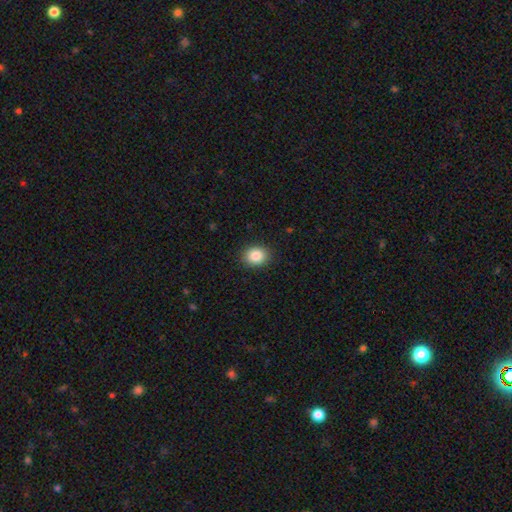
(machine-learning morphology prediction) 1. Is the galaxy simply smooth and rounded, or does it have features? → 86% smooth, 9% star or artifact, 5% featured or disk.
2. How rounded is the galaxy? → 56% round, 44% in between, 1% cigar-shaped.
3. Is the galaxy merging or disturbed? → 90% none, 7% minor disturbance, 2% major disturbance, 1% merger.